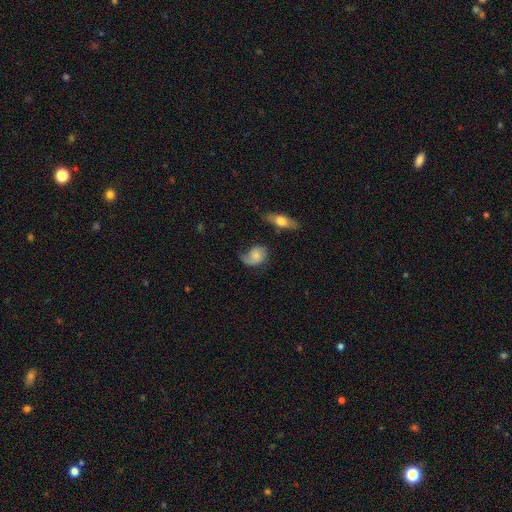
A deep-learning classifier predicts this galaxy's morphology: Q: Smooth or featured?
A: smooth (54%); runner-up: featured or disk (38%)
Q: How rounded?
A: in between (59%); runner-up: round (39%)
Q: Merging?
A: none (41%); runner-up: minor disturbance (30%)